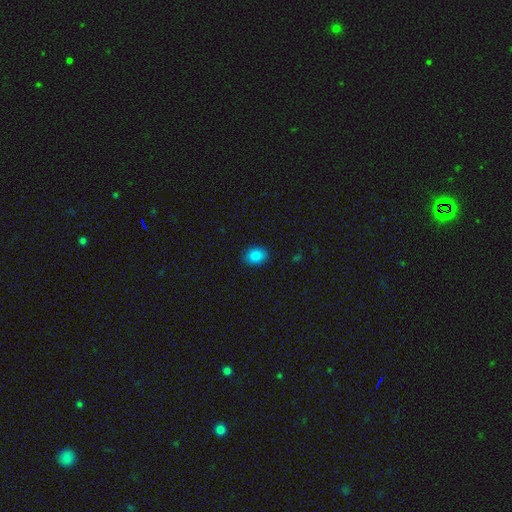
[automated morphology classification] Smooth or featured: smooth — 86% (star or artifact — 10%)
How rounded: in between — 58% (round — 41%)
Merging: none — 88% (minor disturbance — 8%)